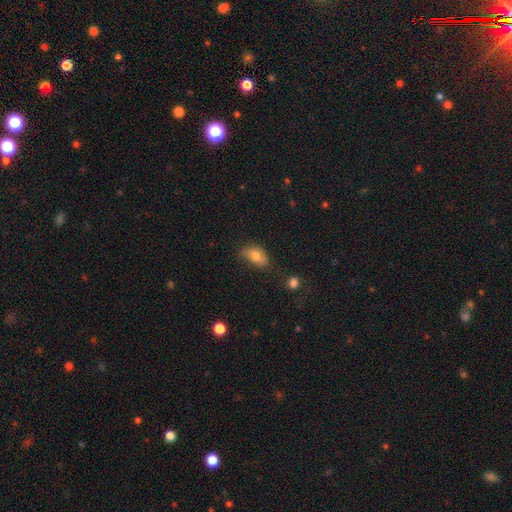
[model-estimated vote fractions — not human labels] Smooth or featured? Predicted: smooth (p=0.74). How rounded? Predicted: in between (p=0.87). Merging? Predicted: none (p=0.54).